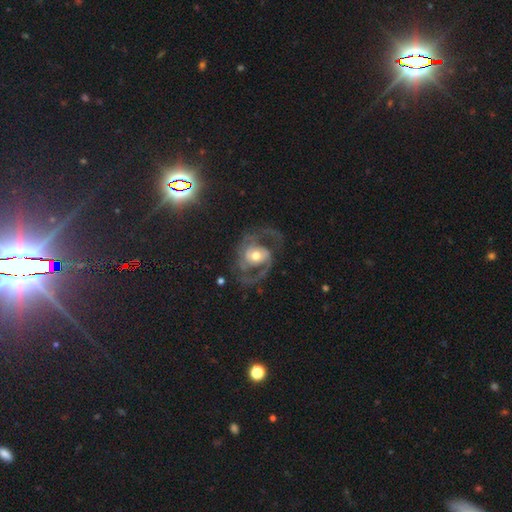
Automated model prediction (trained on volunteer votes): Smooth or featured: featured or disk — 86% (smooth — 9%)
Edge-on disk: no — 97% (yes — 3%)
Bar: no — 59% (weak — 30%)
Spiral arms: yes — 91% (no — 9%)
Spiral winding: medium — 55% (loose — 26%)
Spiral arm count: 2 — 83% (can't tell — 5%)
Bulge size: moderate — 70% (large — 15%)
Merging: none — 61% (major disturbance — 21%)